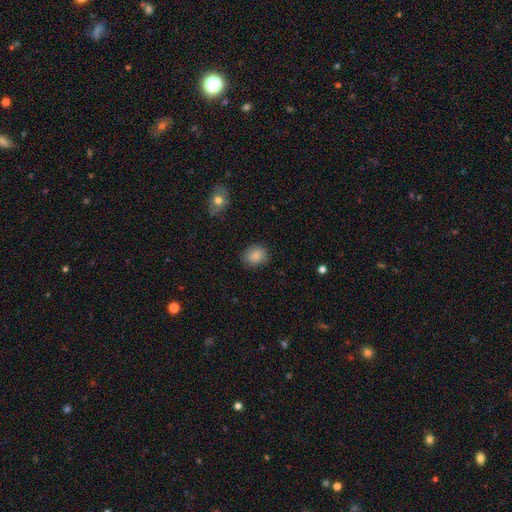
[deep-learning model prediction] Smooth or featured: smooth — 86% (star or artifact — 9%)
How rounded: round — 59% (in between — 40%)
Merging: none — 83% (minor disturbance — 13%)